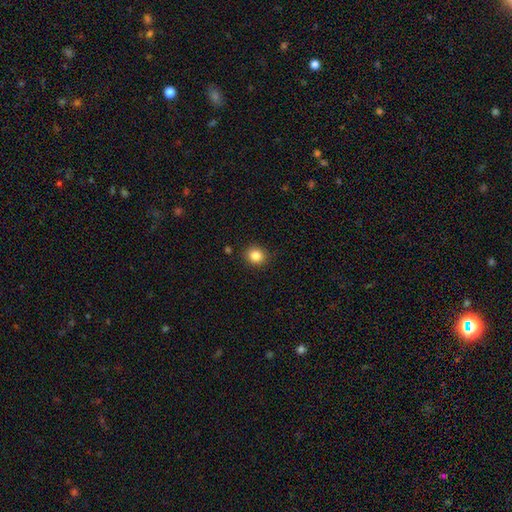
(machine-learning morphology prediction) This is clearly a smooth galaxy (85%). How rounded: clearly round (85%). Merging: clearly none (89%).